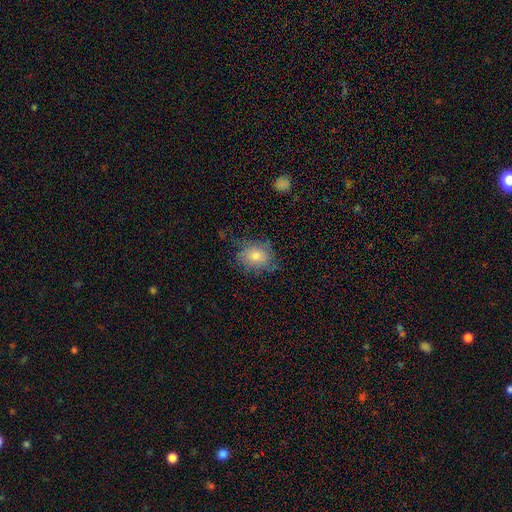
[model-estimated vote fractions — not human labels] Smooth or featured? smooth (66%)
How rounded? round (64%)
Merging? none (63%)